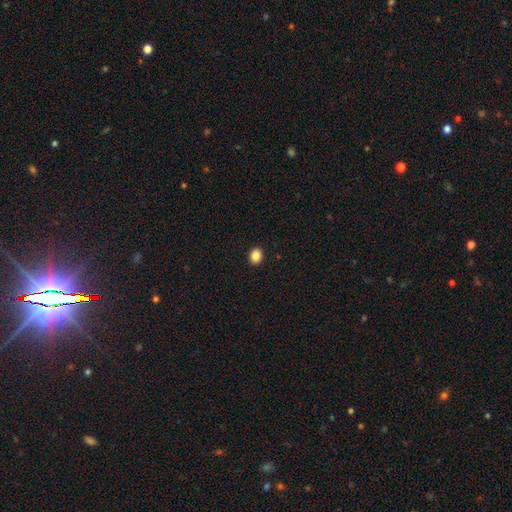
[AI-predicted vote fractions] A smooth galaxy with no disk features (87%) that is in between round and cigar-shaped (52%). Merging: none (92%).